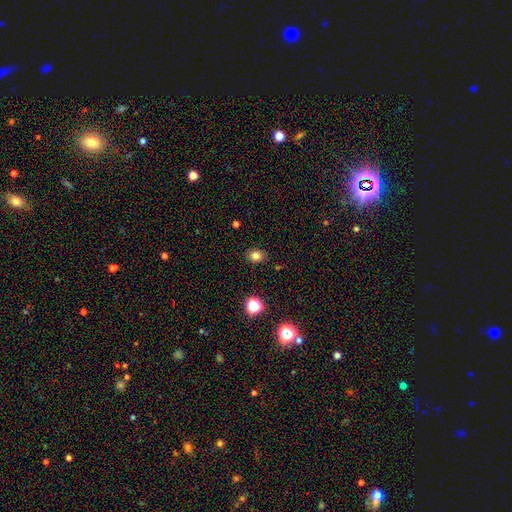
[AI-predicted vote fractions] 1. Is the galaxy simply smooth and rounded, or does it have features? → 80% smooth, 14% star or artifact, 6% featured or disk.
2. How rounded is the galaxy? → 55% round, 44% in between, 1% cigar-shaped.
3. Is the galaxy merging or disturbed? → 88% none, 9% minor disturbance, 2% major disturbance, 2% merger.